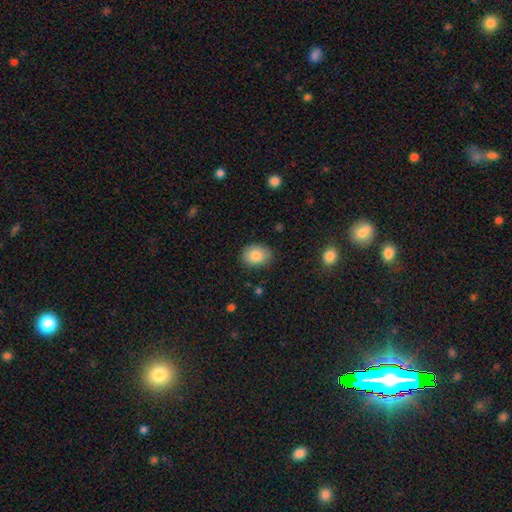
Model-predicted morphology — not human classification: smooth-or-featured: smooth: 86% | star or artifact: 8% | featured or disk: 7%
  how-rounded: in between: 59% | round: 41% | cigar-shaped: 1%
  merging: none: 85% | minor disturbance: 11% | major disturbance: 3% | merger: 1%